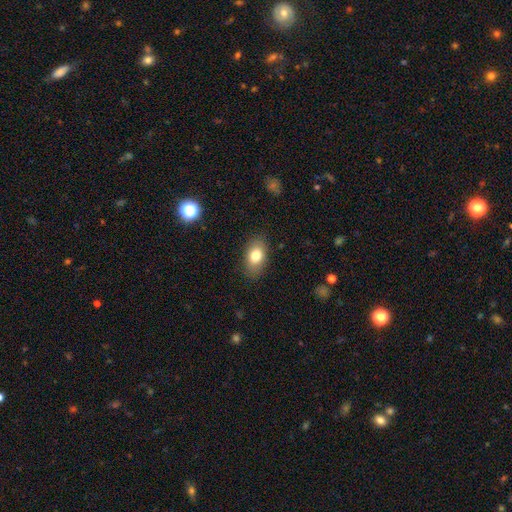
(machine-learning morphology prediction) Overall: smooth (80%). How rounded: in between (87%). Merging: none (85%).